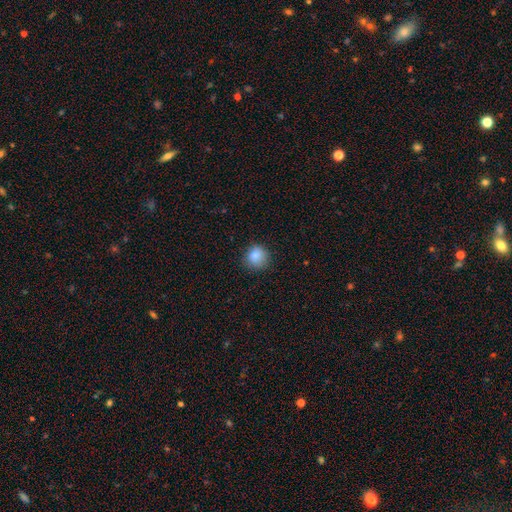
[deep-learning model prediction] This appears to be a smooth galaxy with no disk features (84%) that is round (90%). Merging: none (84%).